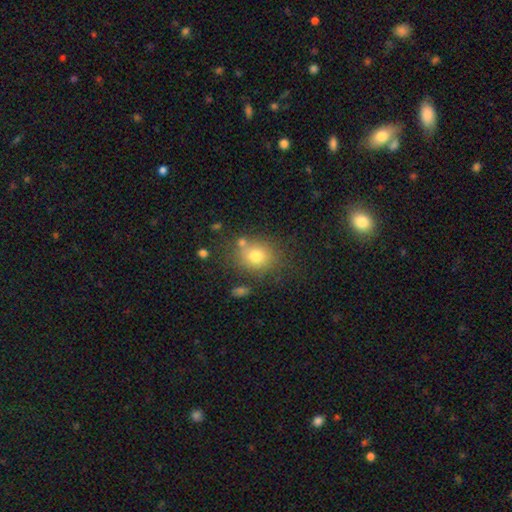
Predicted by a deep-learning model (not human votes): A smooth galaxy with no disk features (75%) that is round (70%).

Vote fractions:
- Smooth or featured? smooth: 75% / star or artifact: 13% / featured or disk: 12%
- How rounded? round: 70% / in between: 29% / cigar-shaped: 1%
- Merging? none: 70% / minor disturbance: 14% / merger: 11% / major disturbance: 5%